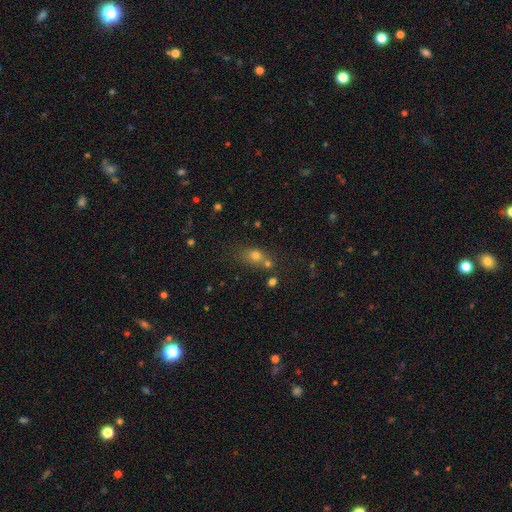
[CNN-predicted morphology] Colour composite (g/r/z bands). It shows a smooth galaxy with no disk features (68%) that is round (52%). Merging: none (53%).